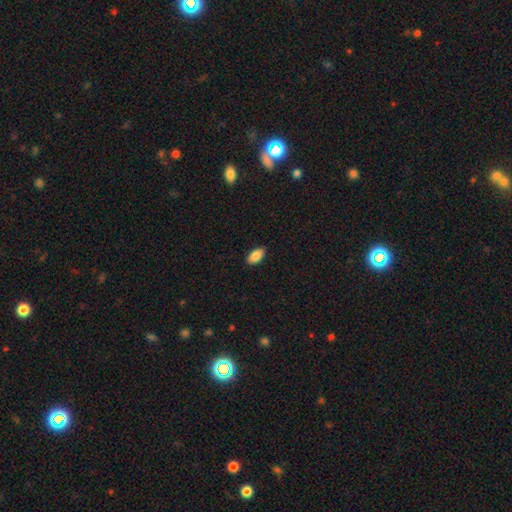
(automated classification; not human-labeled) Q: Smooth or featured?
A: smooth (87%); runner-up: star or artifact (7%)
Q: How rounded?
A: in between (94%); runner-up: round (3%)
Q: Merging?
A: none (88%); runner-up: minor disturbance (10%)